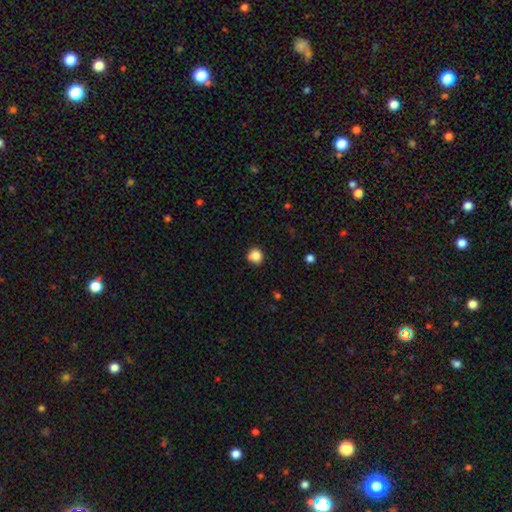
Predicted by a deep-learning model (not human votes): Smooth or featured? smooth (84%)
How rounded? round (89%)
Merging? none (77%)